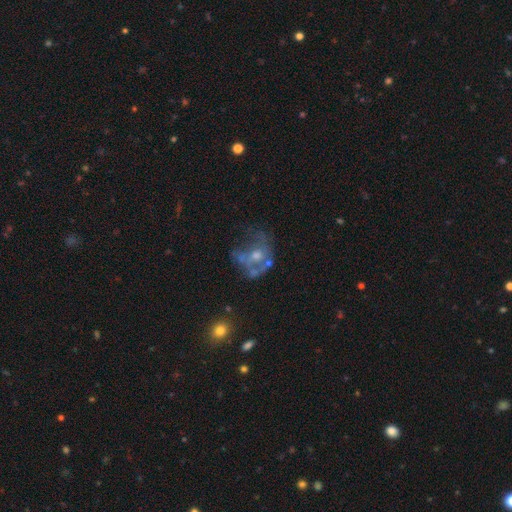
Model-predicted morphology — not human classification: type=featured or disk (62%); edge-on=no (97%); bar=no (84%); spiral arms=no (76%); bulge=moderate (53%); merging=major disturbance (36%).